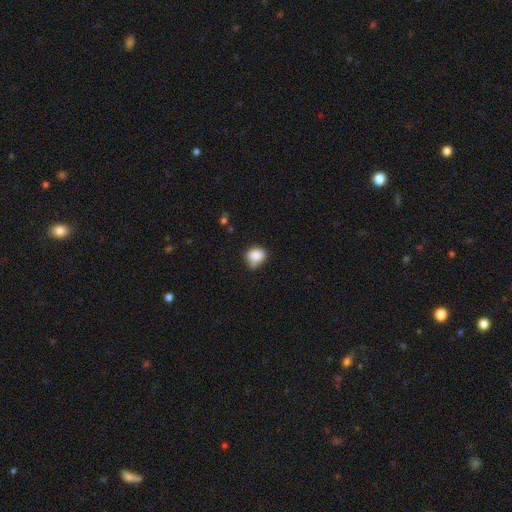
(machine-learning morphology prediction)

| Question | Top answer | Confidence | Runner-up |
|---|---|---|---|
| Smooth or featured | smooth | 85% | star or artifact (10%) |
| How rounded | round | 68% | in between (31%) |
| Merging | none | 56% | minor disturbance (31%) |